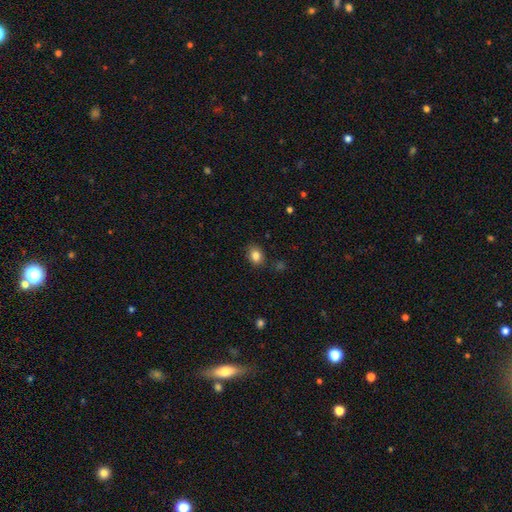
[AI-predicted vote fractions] A smooth galaxy with no disk features (84%) that is in between round and cigar-shaped (60%).

Vote fractions:
- Smooth or featured? smooth: 84% / star or artifact: 10% / featured or disk: 6%
- How rounded? in between: 60% / round: 39% / cigar-shaped: 1%
- Merging? none: 82% / minor disturbance: 13% / major disturbance: 3% / merger: 2%